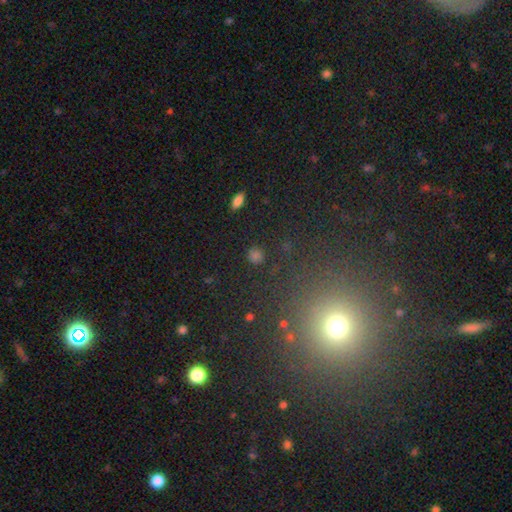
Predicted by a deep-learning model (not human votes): smooth 68%, star or artifact 25%, featured or disk 7%. Down the decision tree: how rounded — round (85%); merging — none (87%).